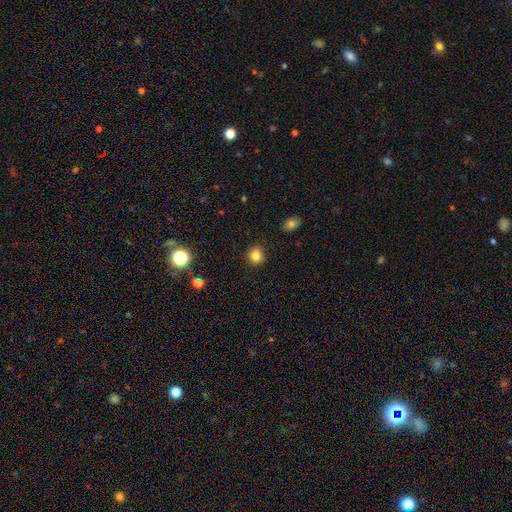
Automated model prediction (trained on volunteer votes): Smooth or featured? smooth (83%)
How rounded? round (83%)
Merging? none (88%)